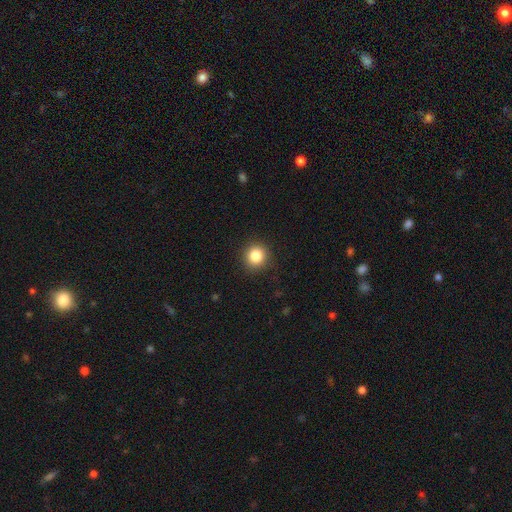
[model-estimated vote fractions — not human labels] This appears to be a smooth galaxy with no disk features (84%) that is round (93%). Merging: none (91%).